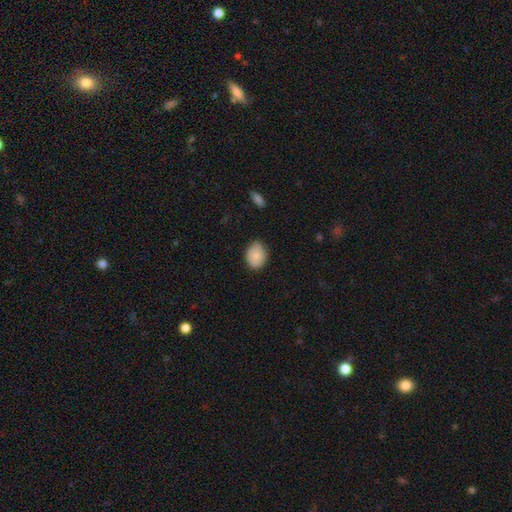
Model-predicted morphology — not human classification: smooth_or_featured: smooth (p=0.85) [alt: featured or disk p=0.08]
how_rounded: in between (p=0.67) [alt: round p=0.33]
merging: none (p=0.76) [alt: minor disturbance p=0.19]